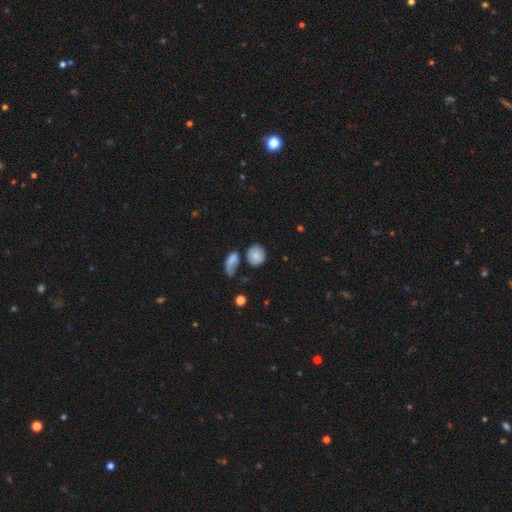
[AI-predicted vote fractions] The model was most divided on "how rounded": round: 71%, in between: 27%, cigar-shaped: 2%. More confident: smooth or featured — smooth (80%); merging — none (65%).